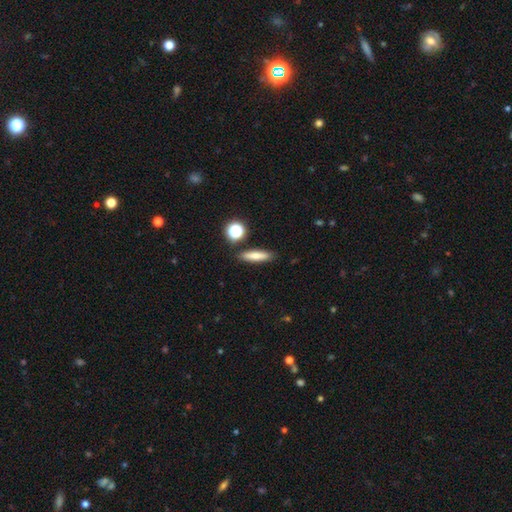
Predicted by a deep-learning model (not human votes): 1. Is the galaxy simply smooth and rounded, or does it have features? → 74% smooth, 17% featured or disk, 9% star or artifact.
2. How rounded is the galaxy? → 73% cigar-shaped, 23% in between, 5% round.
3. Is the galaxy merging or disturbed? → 86% none, 8% minor disturbance, 4% merger, 2% major disturbance.